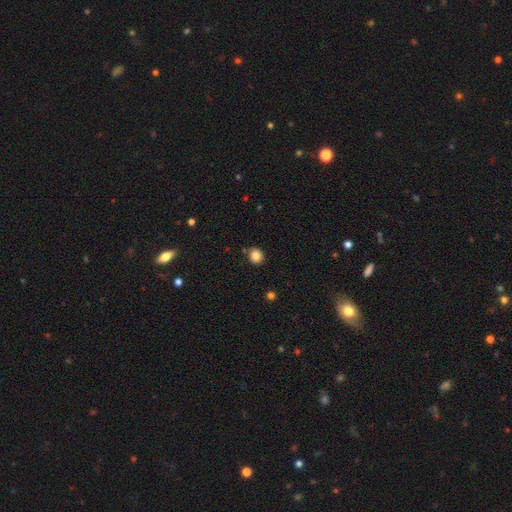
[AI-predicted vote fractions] This is clearly a smooth galaxy (85%). How rounded: clearly round (81%). Merging: clearly none (87%).